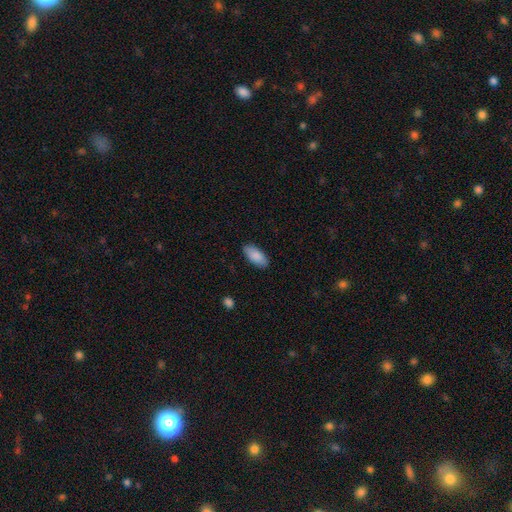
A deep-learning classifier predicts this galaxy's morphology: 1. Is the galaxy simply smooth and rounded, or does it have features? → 88% smooth, 6% featured or disk, 6% star or artifact.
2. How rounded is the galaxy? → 89% in between, 9% cigar-shaped, 2% round.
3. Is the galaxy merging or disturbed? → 88% none, 9% minor disturbance, 2% major disturbance, 1% merger.